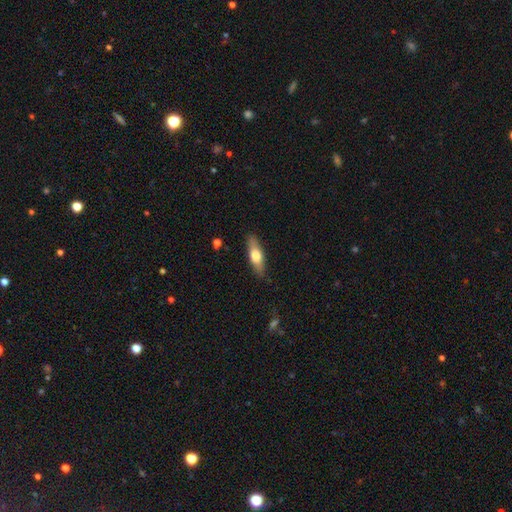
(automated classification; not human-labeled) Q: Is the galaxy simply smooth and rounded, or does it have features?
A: smooth — 60%.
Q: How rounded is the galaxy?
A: in between — 50%.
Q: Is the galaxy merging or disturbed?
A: none — 86%.